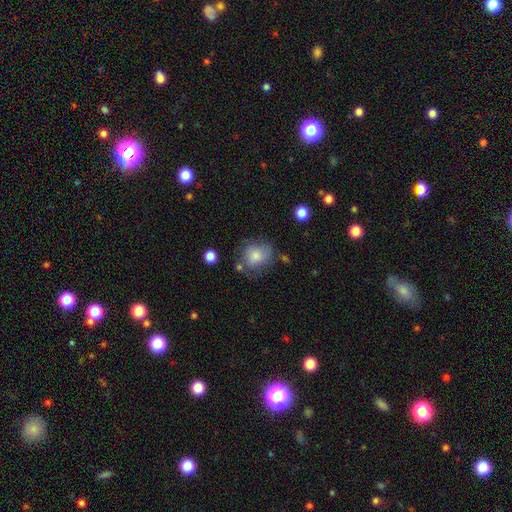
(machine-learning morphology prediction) smooth_or_featured: smooth (p=0.71) [alt: featured or disk p=0.21]
how_rounded: round (p=0.66) [alt: in between p=0.33]
merging: none (p=0.57) [alt: minor disturbance p=0.26]